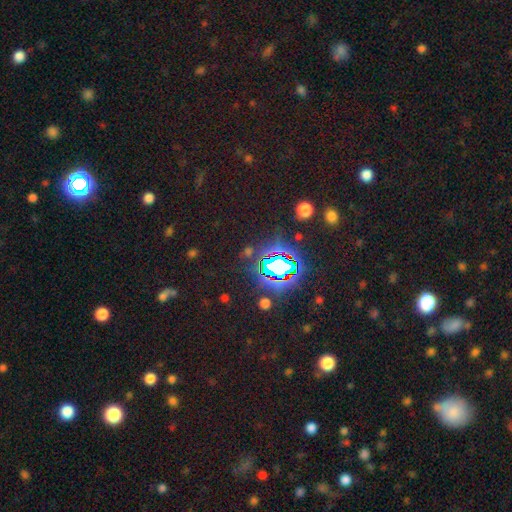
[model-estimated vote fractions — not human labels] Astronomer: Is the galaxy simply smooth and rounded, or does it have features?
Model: star or artifact — 80%.